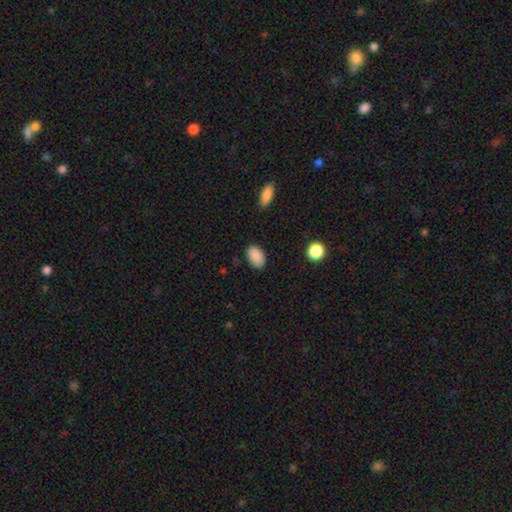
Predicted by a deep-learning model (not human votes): smooth_or_featured: smooth (p=0.89) [alt: star or artifact p=0.07]
how_rounded: in between (p=0.89) [alt: round p=0.09]
merging: none (p=0.85) [alt: minor disturbance p=0.11]